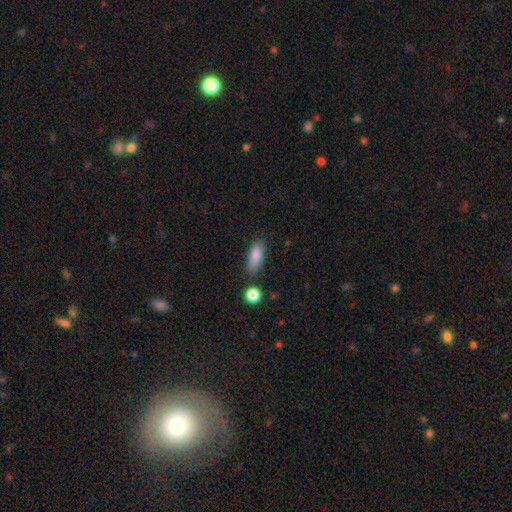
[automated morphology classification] A smooth galaxy with no disk features (84%) that is in between round and cigar-shaped (74%).

Vote fractions:
- Smooth or featured? smooth: 84% / featured or disk: 8% / star or artifact: 8%
- How rounded? in between: 74% / cigar-shaped: 22% / round: 4%
- Merging? none: 73% / minor disturbance: 17% / merger: 5% / major disturbance: 4%